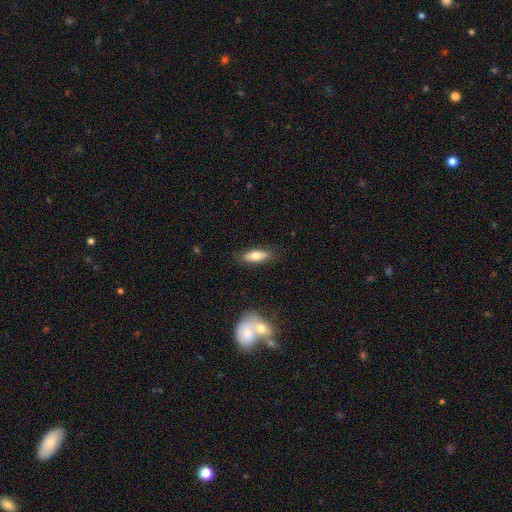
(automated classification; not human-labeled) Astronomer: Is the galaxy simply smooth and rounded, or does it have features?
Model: smooth — 68%.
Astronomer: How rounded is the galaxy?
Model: in between — 62%.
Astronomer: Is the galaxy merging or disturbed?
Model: none — 83%.